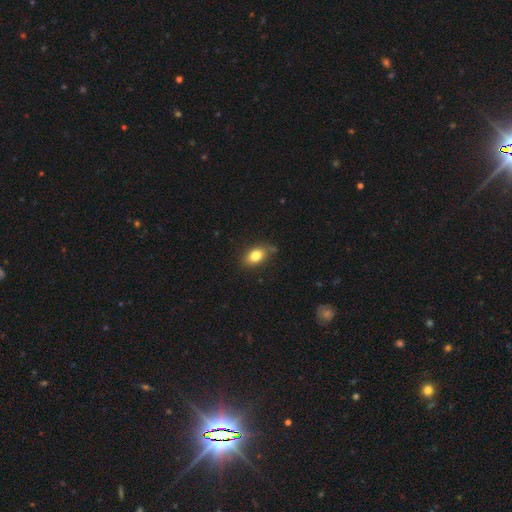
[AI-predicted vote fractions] smooth 81%, featured or disk 10%, star or artifact 9%. Down the decision tree: how rounded — in between (82%); merging — none (74%).